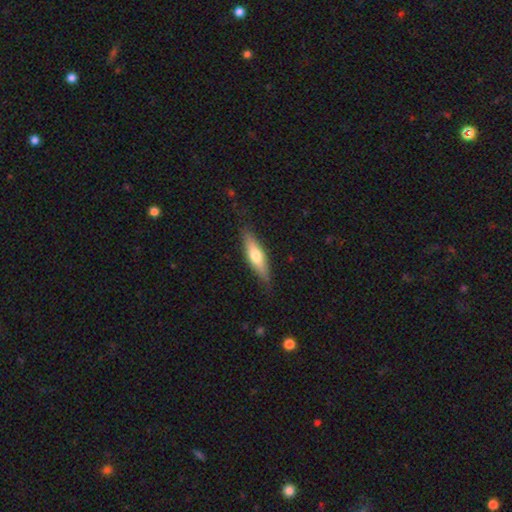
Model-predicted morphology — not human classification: Smooth or featured?
  - smooth: 59% *
  - featured or disk: 36%
  - star or artifact: 5%
How rounded?
  - cigar-shaped: 62% *
  - in between: 36%
  - round: 2%
Merging?
  - none: 82% *
  - minor disturbance: 14%
  - major disturbance: 3%
  - merger: 1%